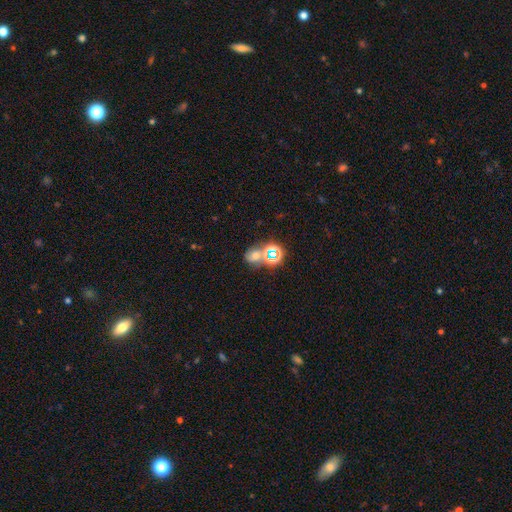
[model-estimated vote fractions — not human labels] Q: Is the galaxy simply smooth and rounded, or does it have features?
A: smooth — 40%, tied with star or artifact.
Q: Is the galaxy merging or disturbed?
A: none — 47%.